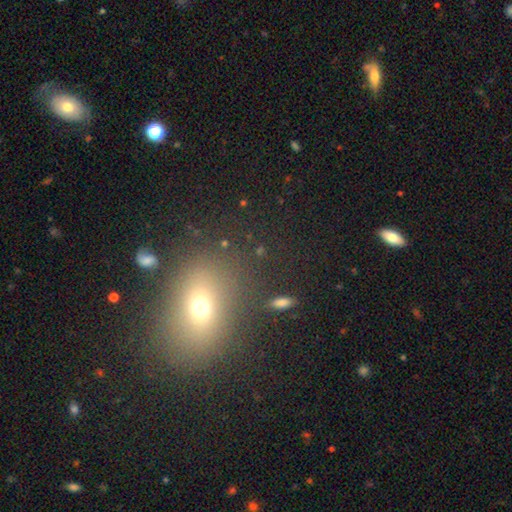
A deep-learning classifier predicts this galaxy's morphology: Smooth or featured?
  - smooth: 59% *
  - star or artifact: 26%
  - featured or disk: 15%
How rounded?
  - in between: 63% *
  - round: 34%
  - cigar-shaped: 3%
Merging?
  - none: 81% *
  - minor disturbance: 10%
  - major disturbance: 5%
  - merger: 4%